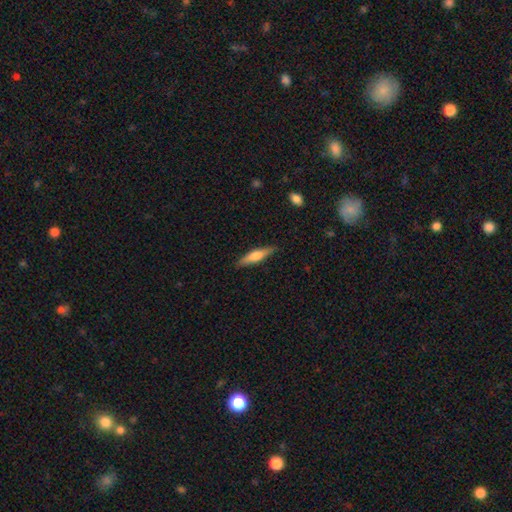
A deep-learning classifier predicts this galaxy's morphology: This is possibly a smooth galaxy (51%). How rounded: likely cigar-shaped (79%). Merging: clearly none (87%).